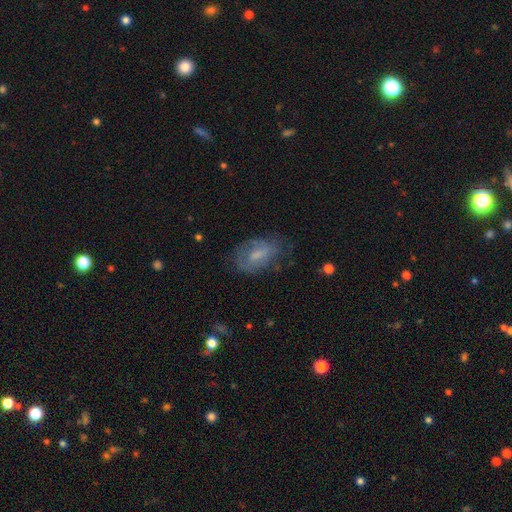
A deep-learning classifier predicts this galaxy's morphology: smooth_or_featured: smooth (p=0.48) [alt: featured or disk p=0.41]
merging: none (p=0.62) [alt: minor disturbance p=0.24]